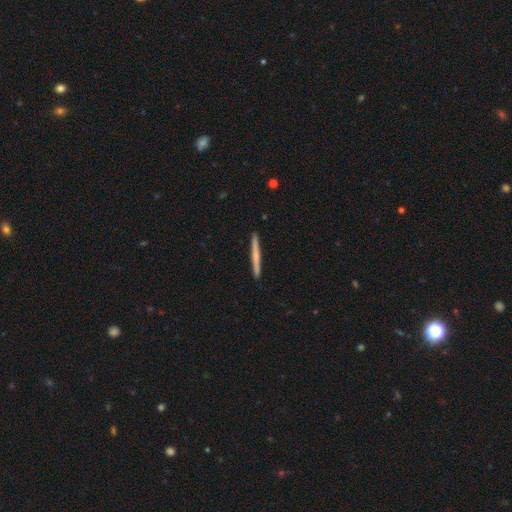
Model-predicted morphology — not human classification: type=smooth (57%); roundness=cigar-shaped (97%); merging=none (93%).